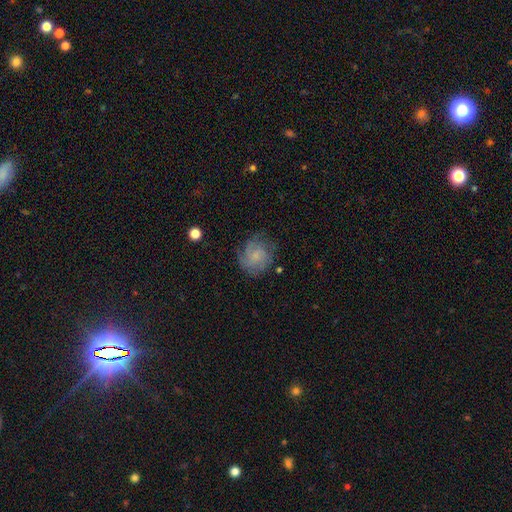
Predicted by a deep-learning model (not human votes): This is possibly a featured or disk galaxy (50%). Merging: likely none (67%).